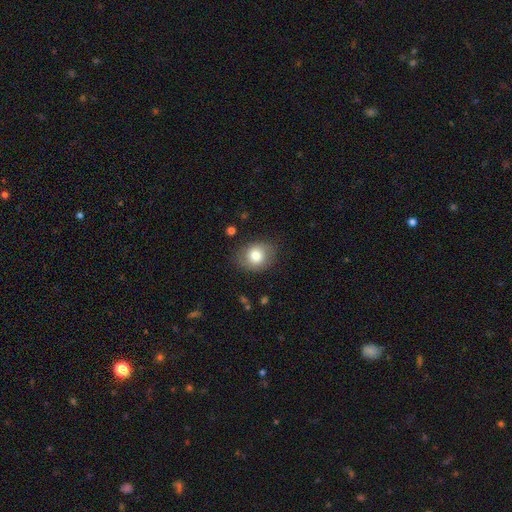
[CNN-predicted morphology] Smooth or featured: smooth — 79% (featured or disk — 12%)
How rounded: round — 59% (in between — 40%)
Merging: none — 81% (minor disturbance — 14%)